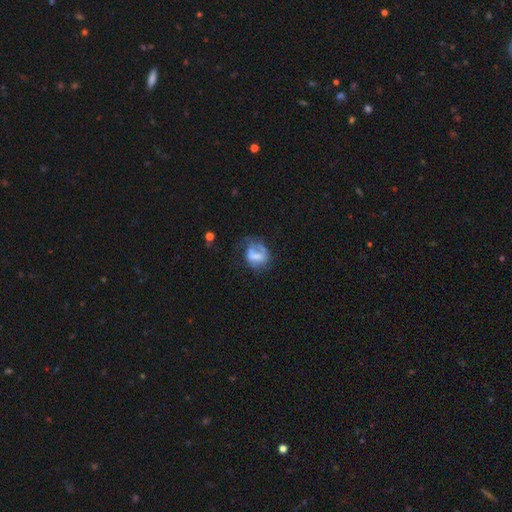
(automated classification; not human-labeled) featured or disk 46%, smooth 44%, star or artifact 10%. Down the decision tree: merging — none (35%).